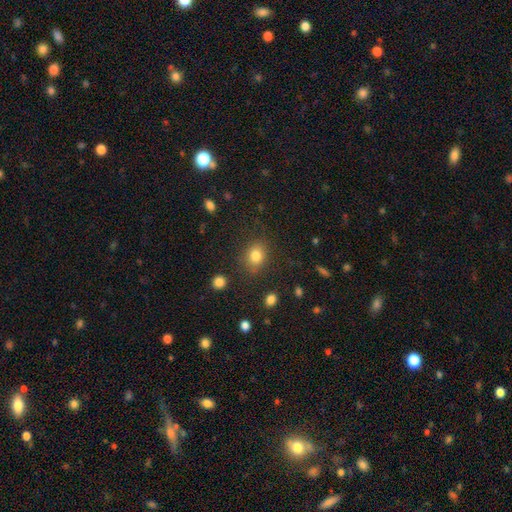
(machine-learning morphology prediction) smooth-or-featured: smooth: 81% | star or artifact: 11% | featured or disk: 7%
  how-rounded: round: 52% | in between: 47% | cigar-shaped: 1%
  merging: none: 81% | minor disturbance: 12% | major disturbance: 4% | merger: 2%